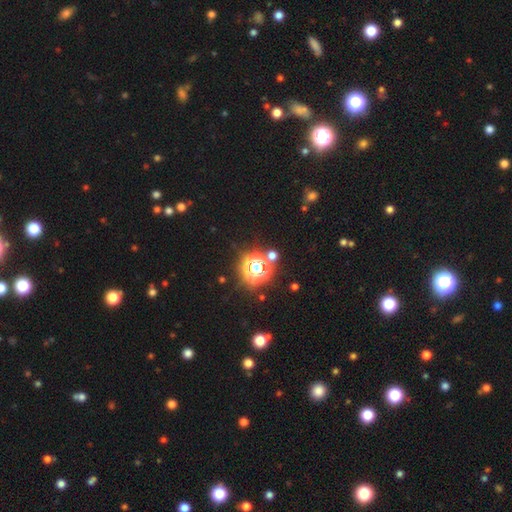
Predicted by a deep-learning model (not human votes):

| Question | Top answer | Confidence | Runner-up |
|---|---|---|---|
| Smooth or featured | star or artifact | 78% | smooth (15%) |